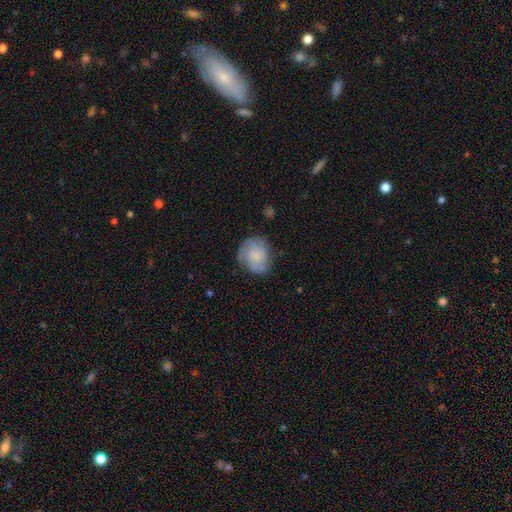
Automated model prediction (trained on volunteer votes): Q: Smooth or featured?
A: smooth (55%); runner-up: featured or disk (37%)
Q: How rounded?
A: round (70%); runner-up: in between (29%)
Q: Merging?
A: none (66%); runner-up: minor disturbance (24%)